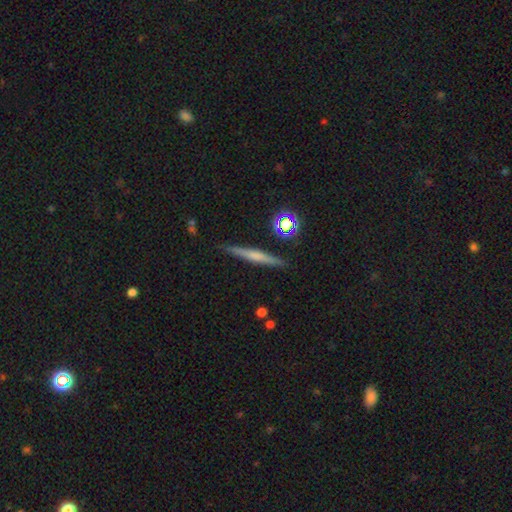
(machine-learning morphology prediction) A featured or disk galaxy (47%). Merging: none (88%).